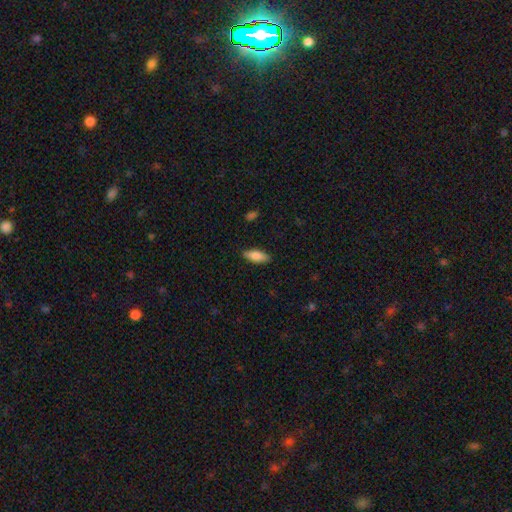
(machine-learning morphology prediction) Smooth or featured: smooth — 84% (featured or disk — 10%)
How rounded: in between — 74% (cigar-shaped — 24%)
Merging: none — 87% (minor disturbance — 10%)